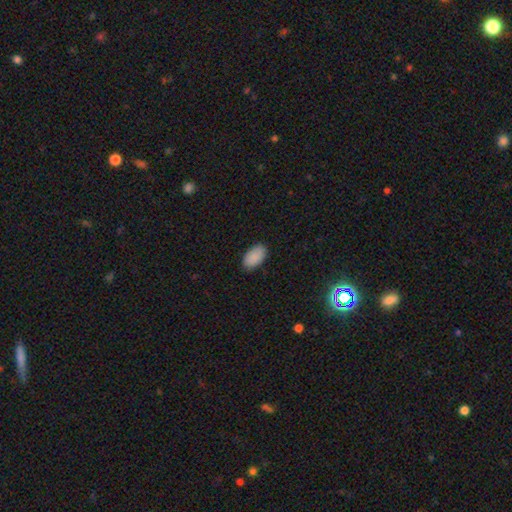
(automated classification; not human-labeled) Morphology: type=smooth (90%); roundness=in between (94%); merging=none (86%).